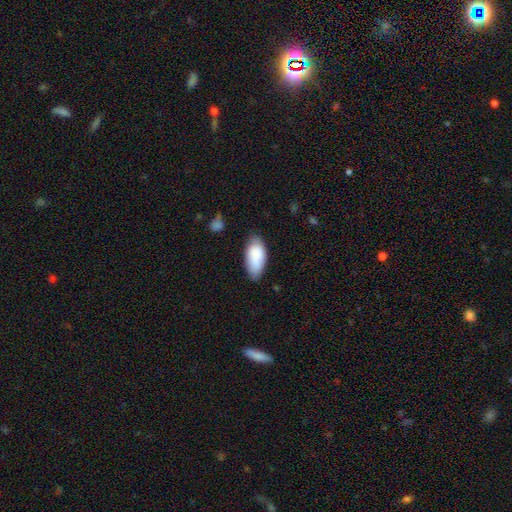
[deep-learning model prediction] Q: Smooth or featured?
A: smooth (84%); runner-up: featured or disk (10%)
Q: How rounded?
A: in between (91%); runner-up: cigar-shaped (7%)
Q: Merging?
A: none (69%); runner-up: minor disturbance (24%)